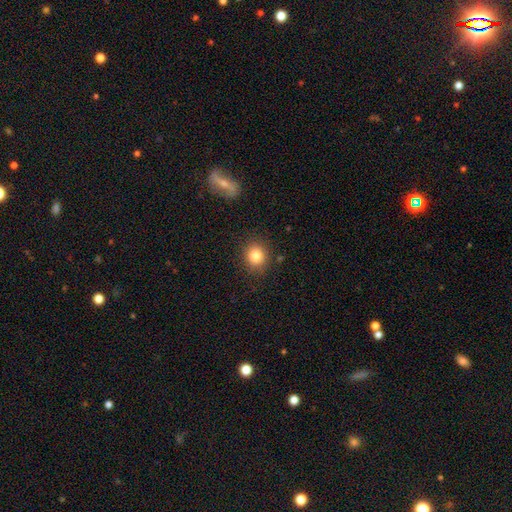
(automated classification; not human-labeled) This is clearly a smooth galaxy (82%). How rounded: likely round (79%). Merging: clearly none (87%).